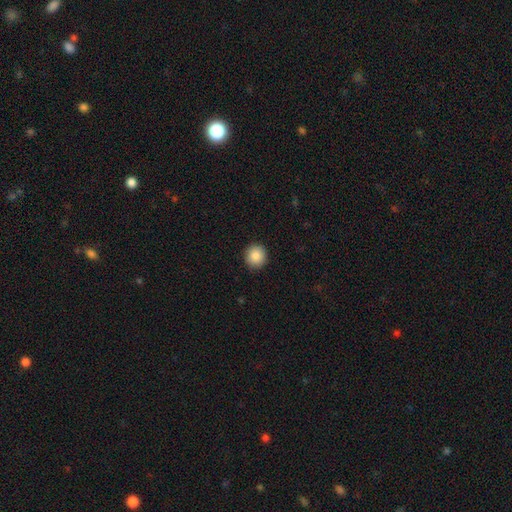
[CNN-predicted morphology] Overall: smooth (88%). How rounded: round (92%). Merging: none (92%).